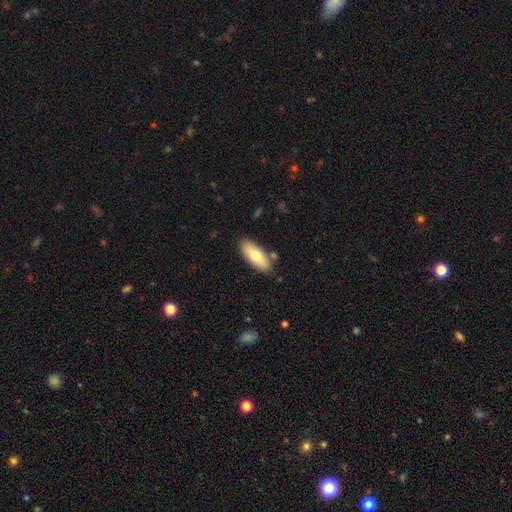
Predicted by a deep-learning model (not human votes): Overall: smooth (71%). How rounded: in between (77%). Merging: none (85%).